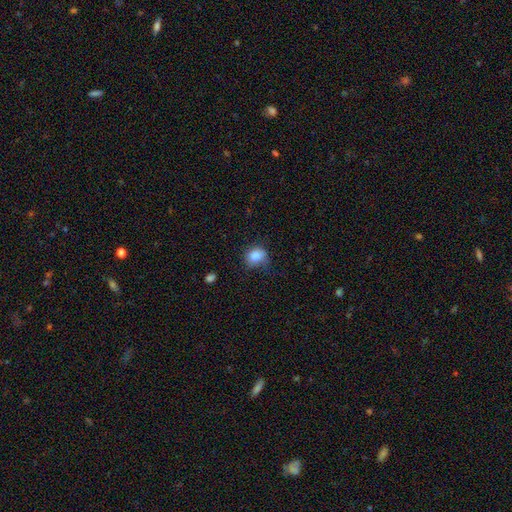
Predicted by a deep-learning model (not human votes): Smooth or featured: smooth — 84% (star or artifact — 10%)
How rounded: round — 58% (in between — 41%)
Merging: none — 57% (minor disturbance — 30%)